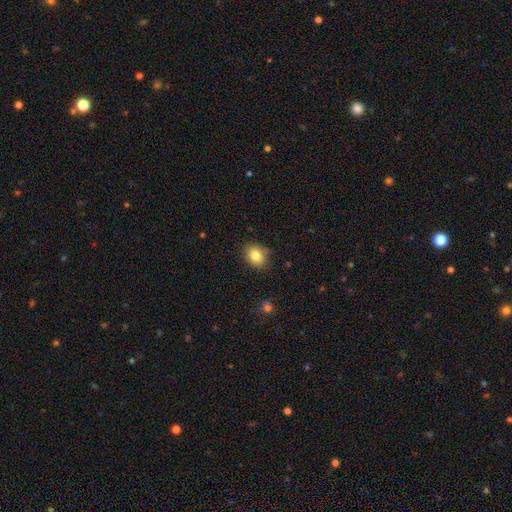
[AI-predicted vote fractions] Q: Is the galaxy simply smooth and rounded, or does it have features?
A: smooth — 82%.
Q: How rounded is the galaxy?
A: in between — 53%.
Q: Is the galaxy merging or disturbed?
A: none — 79%.